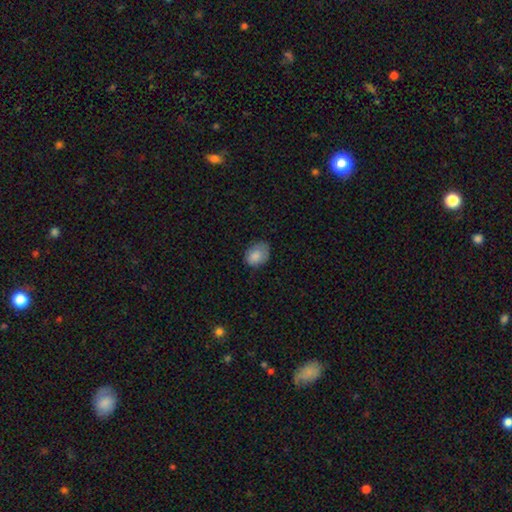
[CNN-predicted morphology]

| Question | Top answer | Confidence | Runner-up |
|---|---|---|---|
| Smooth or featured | smooth | 84% | featured or disk (8%) |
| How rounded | in between | 68% | round (31%) |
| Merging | none | 58% | minor disturbance (31%) |